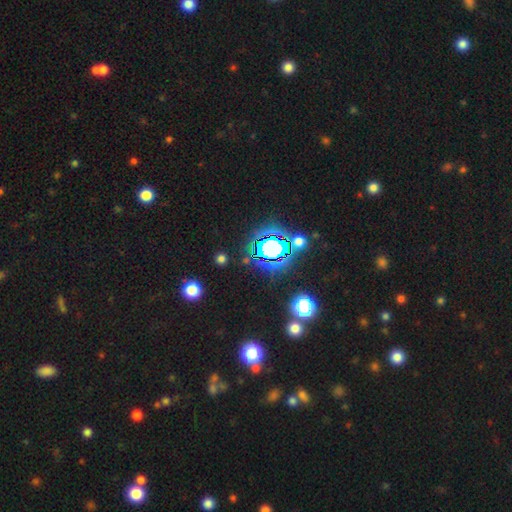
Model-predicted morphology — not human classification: This is likely a star or artifact rather than a galaxy (80%).